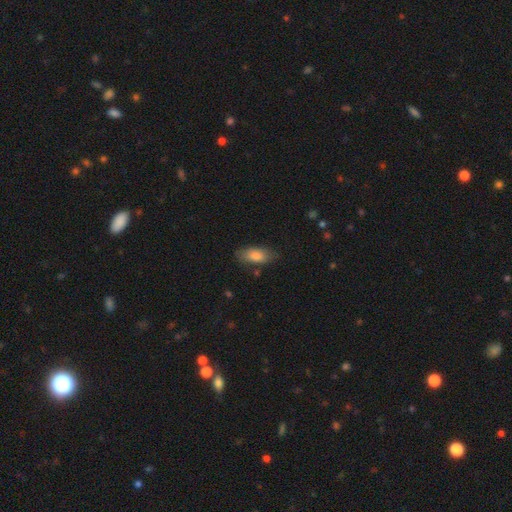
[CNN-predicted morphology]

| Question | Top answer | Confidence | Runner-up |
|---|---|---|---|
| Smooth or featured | smooth | 83% | featured or disk (11%) |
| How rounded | in between | 83% | cigar-shaped (14%) |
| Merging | none | 77% | minor disturbance (17%) |